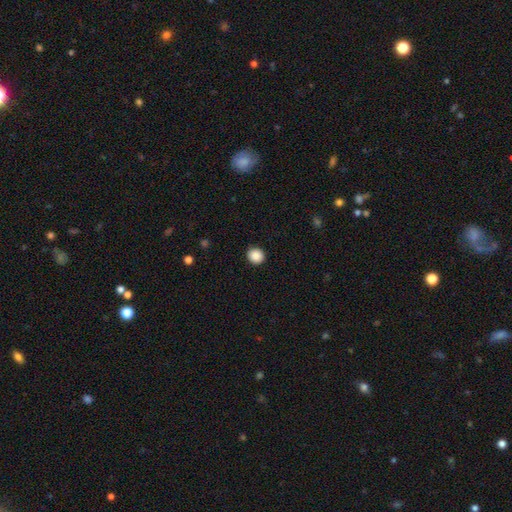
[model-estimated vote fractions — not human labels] Overall: smooth (89%). How rounded: round (89%). Merging: none (91%).